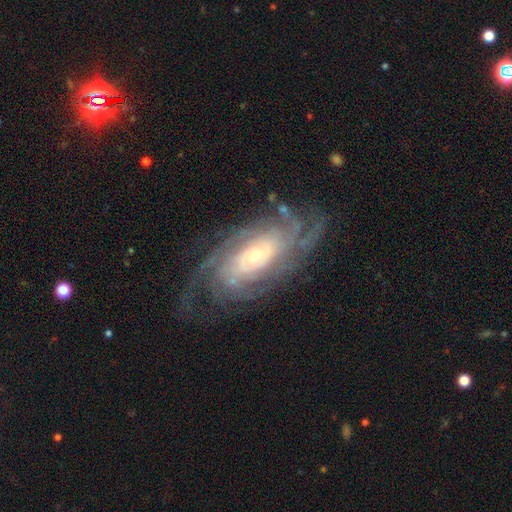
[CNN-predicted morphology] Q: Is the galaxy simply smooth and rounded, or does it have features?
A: featured or disk — 89%.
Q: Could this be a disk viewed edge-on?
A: no — 94%.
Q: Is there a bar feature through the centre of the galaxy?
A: no — 67%.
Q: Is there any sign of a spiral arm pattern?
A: yes — 97%.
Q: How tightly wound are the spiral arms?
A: tight — 70%.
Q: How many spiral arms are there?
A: can't tell — 27%.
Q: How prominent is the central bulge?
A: small — 60%.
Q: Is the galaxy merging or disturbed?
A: none — 74%.